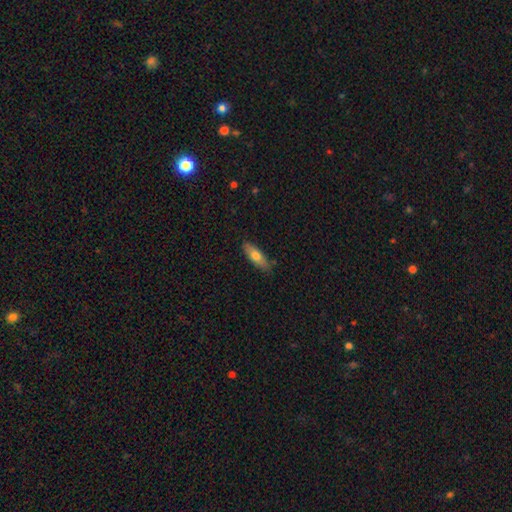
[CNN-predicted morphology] Smooth or featured? smooth (68%)
How rounded? in between (51%)
Merging? none (85%)